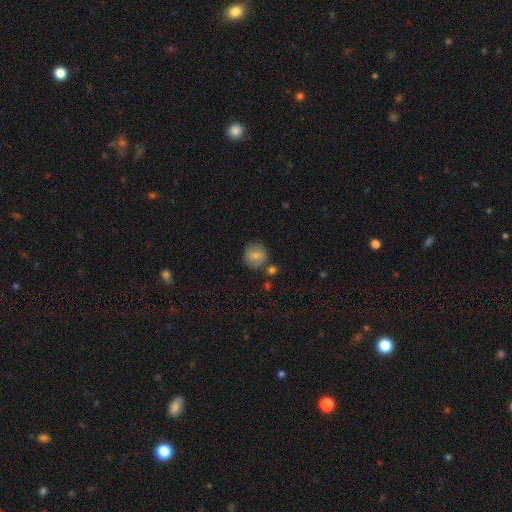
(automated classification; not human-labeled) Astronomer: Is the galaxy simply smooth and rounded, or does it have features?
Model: smooth — 76%.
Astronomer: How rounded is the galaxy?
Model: round — 88%.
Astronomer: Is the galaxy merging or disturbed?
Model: none — 78%.